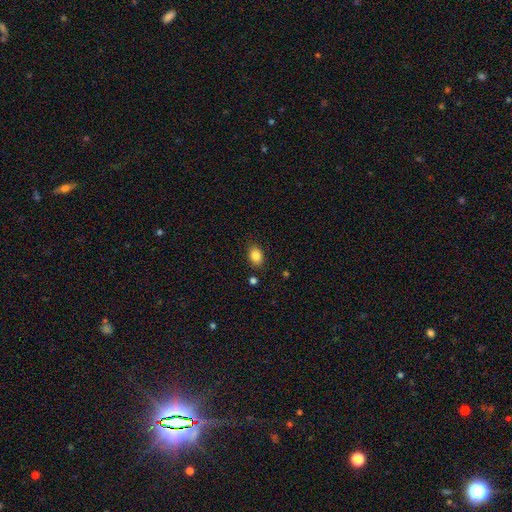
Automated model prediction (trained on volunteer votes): A smooth galaxy with no disk features (85%) that is in between round and cigar-shaped (71%). Merging: none (85%).